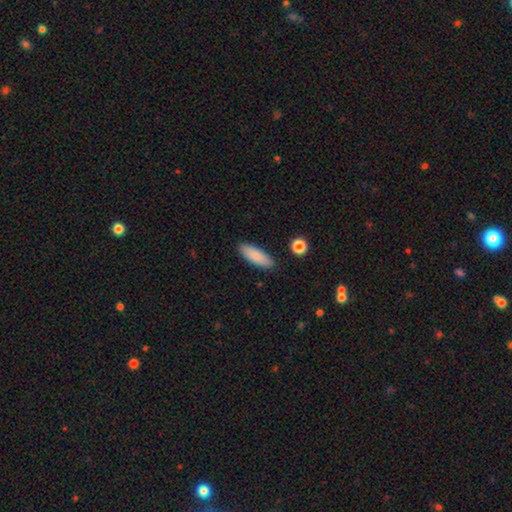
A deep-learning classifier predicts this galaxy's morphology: Overall: smooth (87%). How rounded: in between (62%; cigar-shaped 36%). Merging: none (88%).